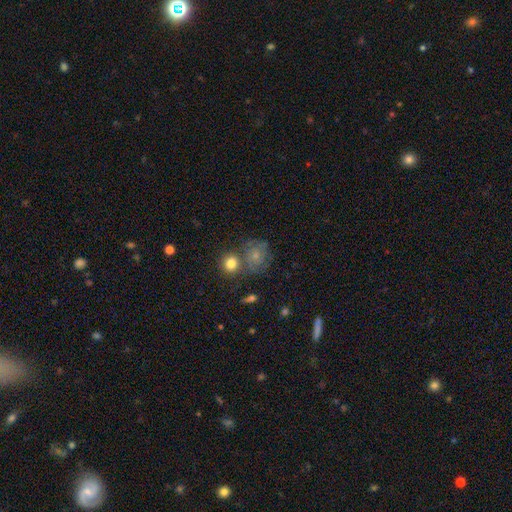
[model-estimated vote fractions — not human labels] Smooth or featured: smooth — 51% (featured or disk — 38%)
How rounded: round — 76% (in between — 22%)
Merging: none — 57% (minor disturbance — 18%)